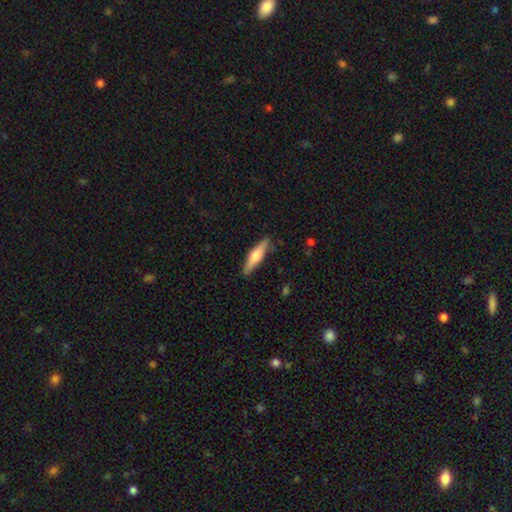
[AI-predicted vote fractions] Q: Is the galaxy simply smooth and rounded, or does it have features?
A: smooth — 52%.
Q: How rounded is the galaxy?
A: cigar-shaped — 75%.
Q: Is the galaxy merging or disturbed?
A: none — 87%.